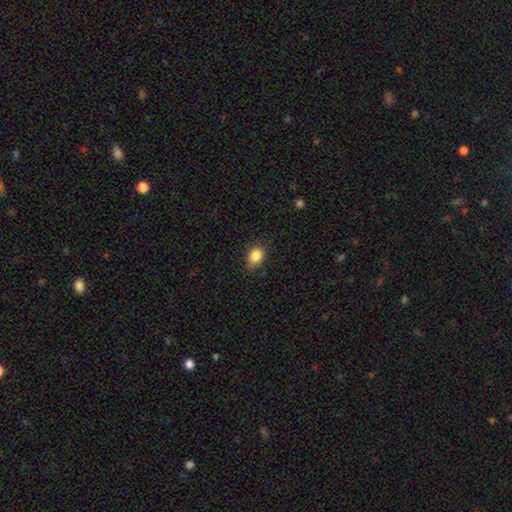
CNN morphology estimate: smooth_or_featured: smooth (p=0.85) [alt: star or artifact p=0.09]
how_rounded: in between (p=0.60) [alt: round p=0.39]
merging: none (p=0.78) [alt: minor disturbance p=0.17]